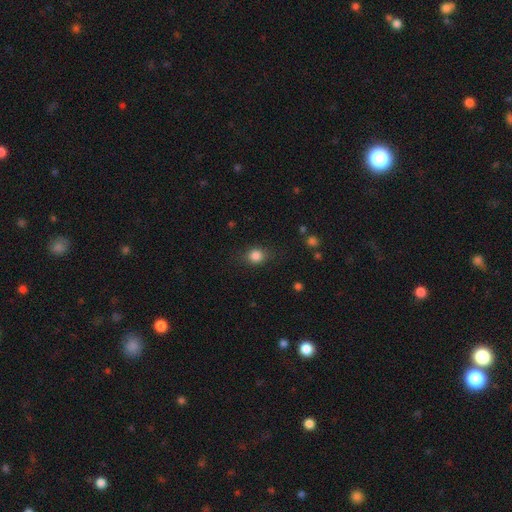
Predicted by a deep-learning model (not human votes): The model was most divided on "how rounded": round: 69%, in between: 30%, cigar-shaped: 1%. More confident: smooth or featured — smooth (84%); merging — none (80%).